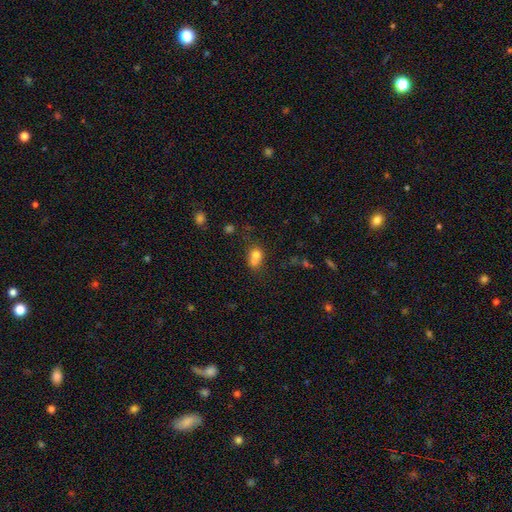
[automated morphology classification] Q: Smooth or featured?
A: smooth (75%); runner-up: featured or disk (13%)
Q: How rounded?
A: in between (51%); runner-up: round (47%)
Q: Merging?
A: merger (42%); runner-up: none (34%)